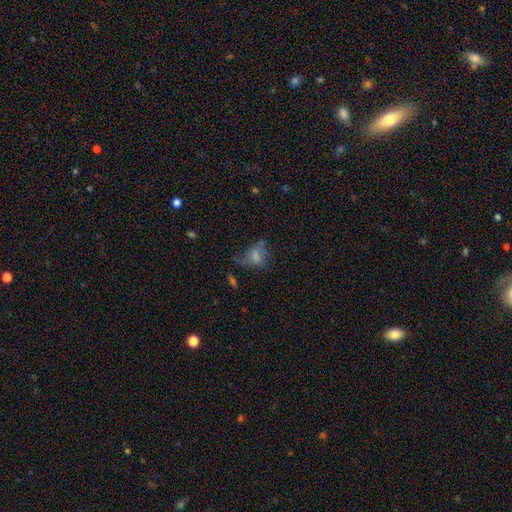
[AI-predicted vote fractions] smooth_or_featured: smooth (p=0.54) [alt: featured or disk p=0.33]
how_rounded: in between (p=0.73) [alt: round p=0.24]
merging: major disturbance (p=0.37) [alt: none p=0.31]